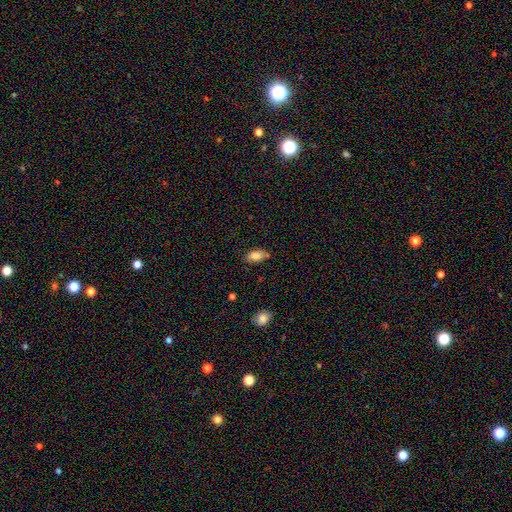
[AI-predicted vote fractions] smooth-or-featured: smooth: 84% | featured or disk: 8% | star or artifact: 8%
  how-rounded: in between: 90% | cigar-shaped: 6% | round: 4%
  merging: none: 72% | minor disturbance: 20% | merger: 4% | major disturbance: 4%